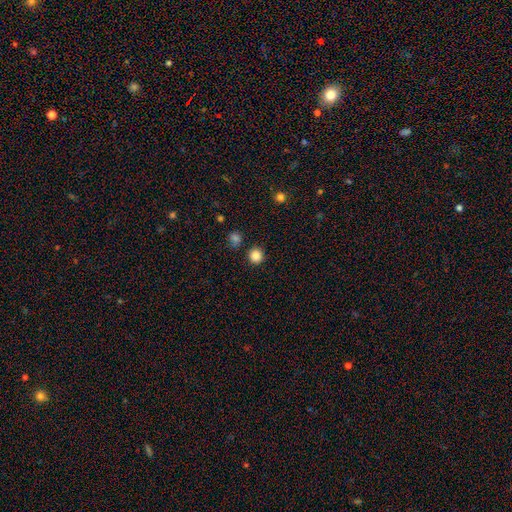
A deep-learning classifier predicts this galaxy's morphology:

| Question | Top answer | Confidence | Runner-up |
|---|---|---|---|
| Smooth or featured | smooth | 85% | star or artifact (12%) |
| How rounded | round | 95% | in between (4%) |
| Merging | none | 88% | minor disturbance (6%) |